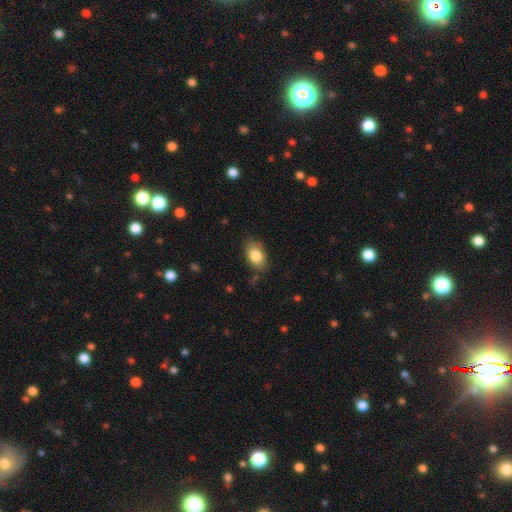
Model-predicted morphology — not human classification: A smooth galaxy with no disk features (83%) that is in between round and cigar-shaped (89%). Merging: none (76%).